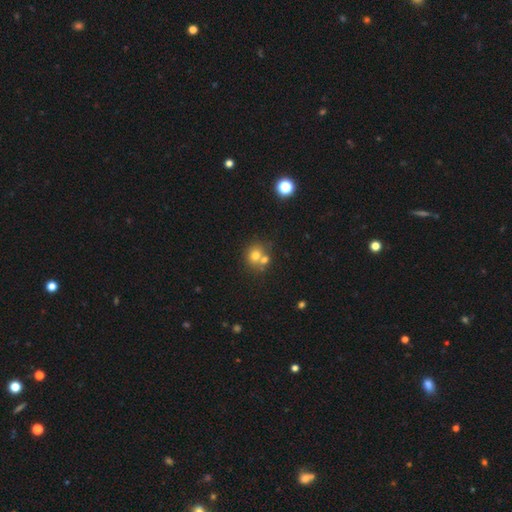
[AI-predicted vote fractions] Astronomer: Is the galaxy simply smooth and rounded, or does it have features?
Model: smooth — 71%.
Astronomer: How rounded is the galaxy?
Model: round — 79%.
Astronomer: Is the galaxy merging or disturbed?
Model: none — 49% (runner-up: merger, 39%).